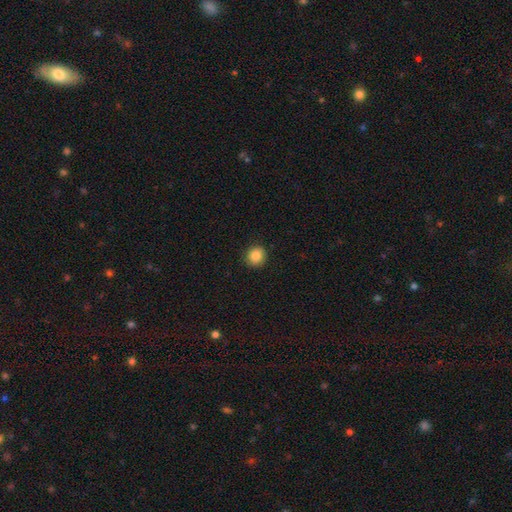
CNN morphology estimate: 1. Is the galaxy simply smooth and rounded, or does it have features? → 87% smooth, 9% star or artifact, 4% featured or disk.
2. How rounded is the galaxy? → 89% round, 10% in between, 1% cigar-shaped.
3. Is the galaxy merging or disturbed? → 91% none, 6% minor disturbance, 2% major disturbance, 1% merger.